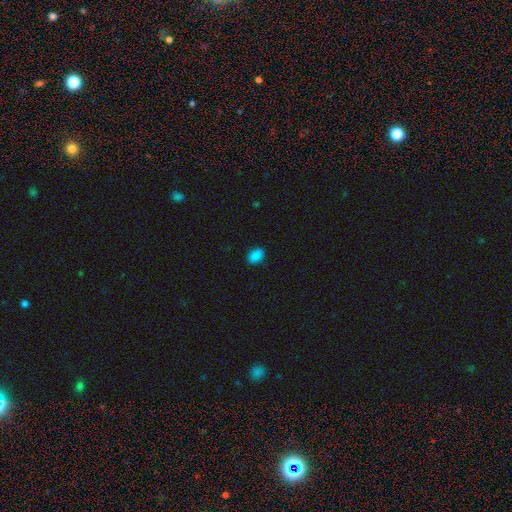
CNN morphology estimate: A smooth galaxy with no disk features (87%) that is in between round and cigar-shaped (82%). Merging: none (88%).